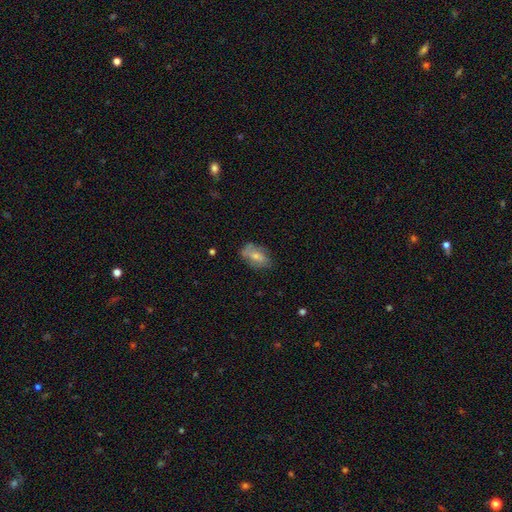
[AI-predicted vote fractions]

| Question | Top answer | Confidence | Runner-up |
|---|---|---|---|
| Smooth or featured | smooth | 60% | featured or disk (33%) |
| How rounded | in between | 88% | round (10%) |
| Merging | none | 60% | minor disturbance (28%) |